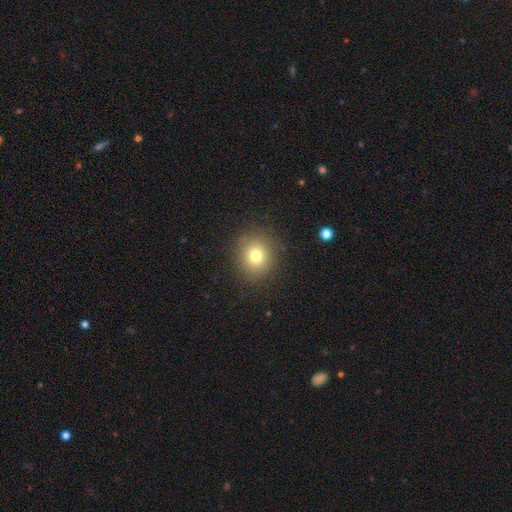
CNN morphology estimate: A smooth galaxy with no disk features (75%) that is round (82%). Merging: none (88%).